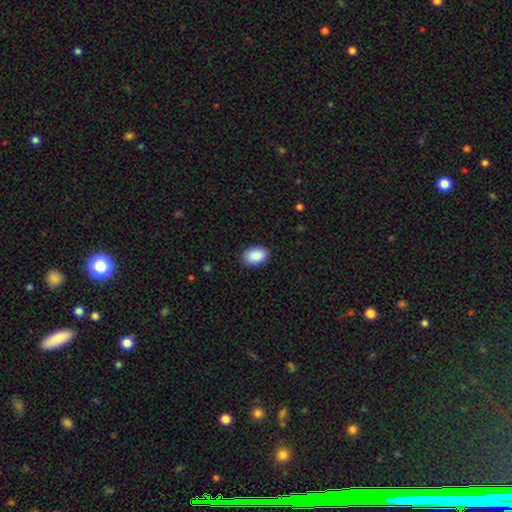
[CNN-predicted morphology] This is clearly a smooth galaxy (91%). How rounded: clearly in between (89%). Merging: clearly none (88%).